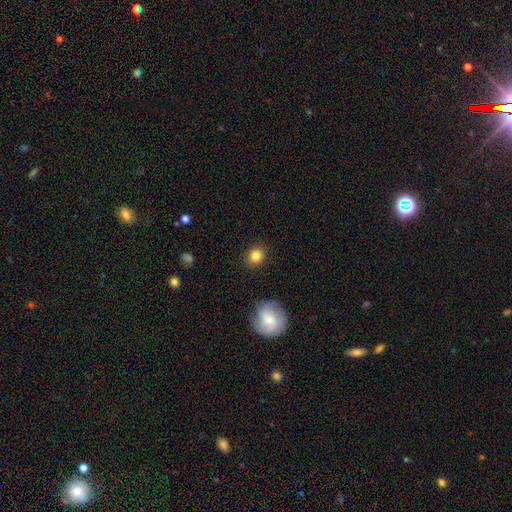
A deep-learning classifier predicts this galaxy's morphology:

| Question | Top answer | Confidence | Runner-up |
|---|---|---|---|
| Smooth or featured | smooth | 85% | star or artifact (9%) |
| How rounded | round | 84% | in between (15%) |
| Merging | none | 89% | minor disturbance (7%) |